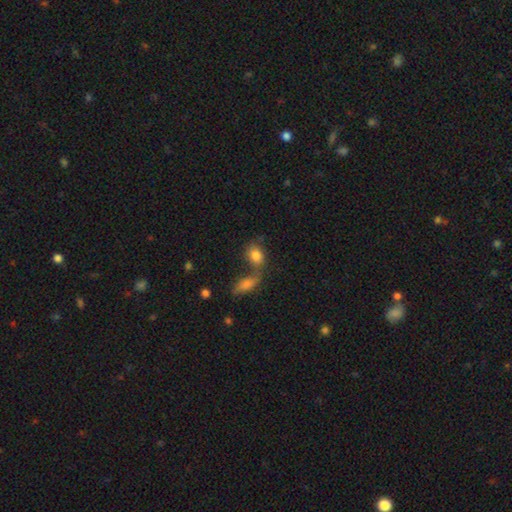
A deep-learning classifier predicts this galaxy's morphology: This appears to be a smooth galaxy with no disk features (79%) that is in between round and cigar-shaped (65%). Merging: merger (43%).